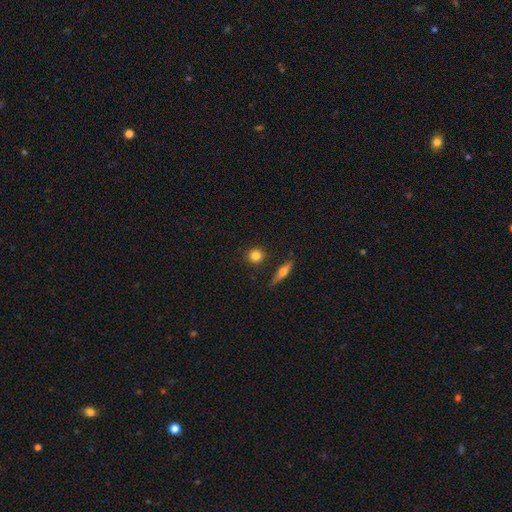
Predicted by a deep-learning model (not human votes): Smooth or featured? smooth (81%)
How rounded? round (86%)
Merging? none (86%)